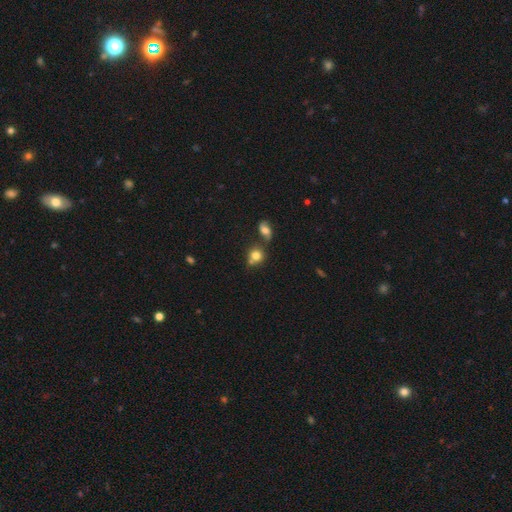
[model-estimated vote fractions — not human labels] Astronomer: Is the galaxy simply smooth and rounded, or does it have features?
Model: smooth — 76%.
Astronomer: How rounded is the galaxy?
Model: round — 80%.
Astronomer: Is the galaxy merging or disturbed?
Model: none — 49% (runner-up: merger, 33%).